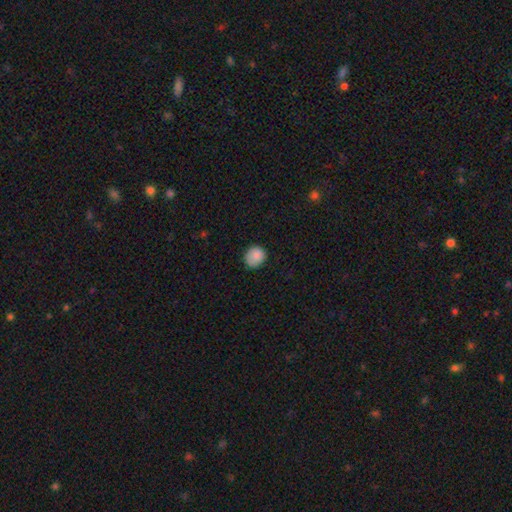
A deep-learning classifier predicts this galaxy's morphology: A smooth galaxy with no disk features (87%) that is round (79%).

Vote fractions:
- Smooth or featured? smooth: 87% / star or artifact: 8% / featured or disk: 5%
- How rounded? round: 79% / in between: 20% / cigar-shaped: 1%
- Merging? none: 78% / minor disturbance: 18% / major disturbance: 3% / merger: 1%